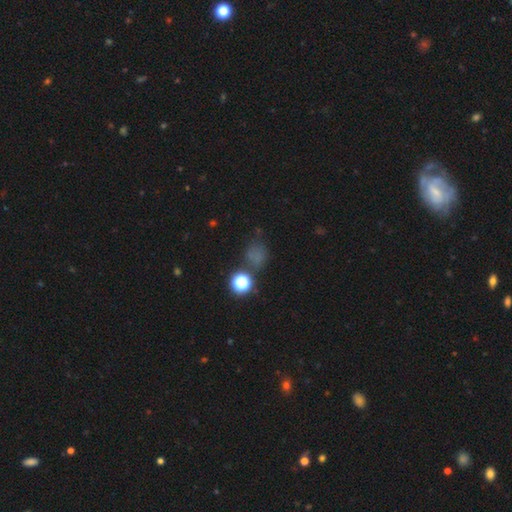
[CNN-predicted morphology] Smooth or featured: smooth — 55% (star or artifact — 36%)
How rounded: round — 68% (in between — 30%)
Merging: none — 61% (minor disturbance — 18%)